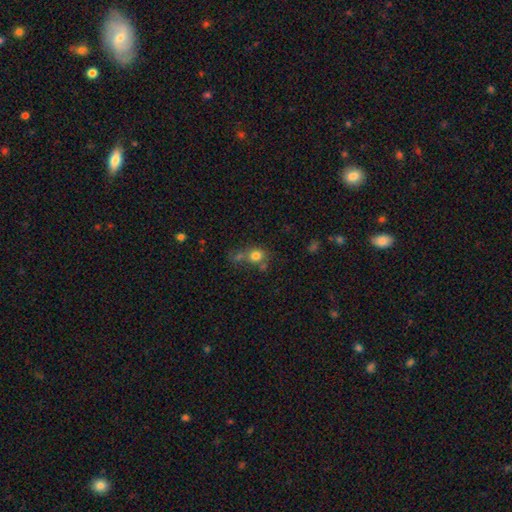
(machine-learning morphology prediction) Smooth or featured? Predicted: smooth (p=0.77). How rounded? Predicted: round (p=0.67). Merging? Predicted: none (p=0.47).